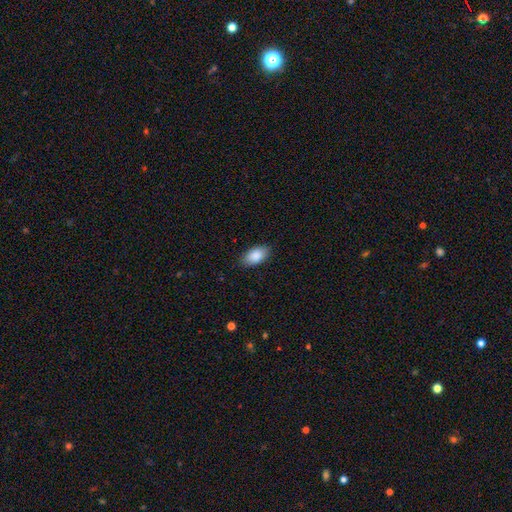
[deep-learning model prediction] Smooth or featured? Predicted: smooth (p=0.88). How rounded? Predicted: in between (p=0.94). Merging? Predicted: none (p=0.86).